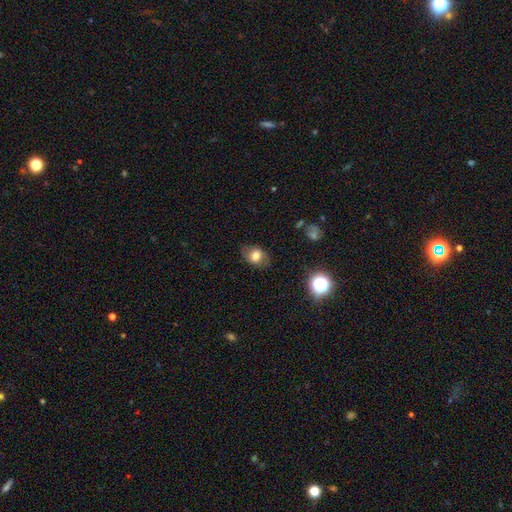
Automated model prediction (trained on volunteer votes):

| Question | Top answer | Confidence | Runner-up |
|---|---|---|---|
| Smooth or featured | smooth | 72% | featured or disk (17%) |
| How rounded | in between | 65% | round (33%) |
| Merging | none | 78% | minor disturbance (16%) |